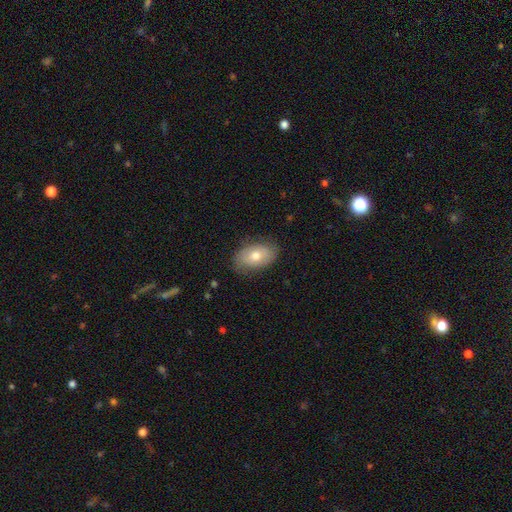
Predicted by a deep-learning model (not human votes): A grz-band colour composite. It shows a smooth galaxy with no disk features (67%) that is in between round and cigar-shaped (90%). Merging: none (78%).